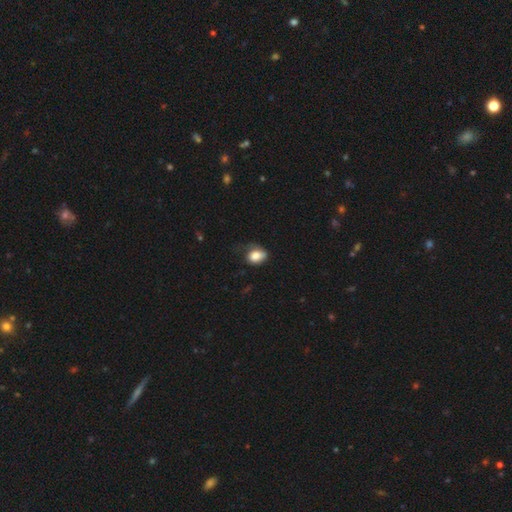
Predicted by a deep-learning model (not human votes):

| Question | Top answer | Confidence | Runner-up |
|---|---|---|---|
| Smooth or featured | smooth | 82% | featured or disk (10%) |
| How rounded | in between | 70% | round (29%) |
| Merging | none | 40% | minor disturbance (36%) |